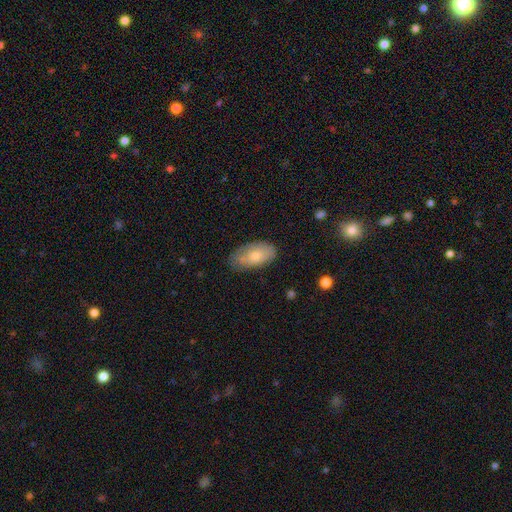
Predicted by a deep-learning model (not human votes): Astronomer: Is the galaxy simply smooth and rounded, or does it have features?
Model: smooth — 74%.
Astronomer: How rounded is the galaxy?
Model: in between — 93%.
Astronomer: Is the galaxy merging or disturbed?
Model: none — 65%.